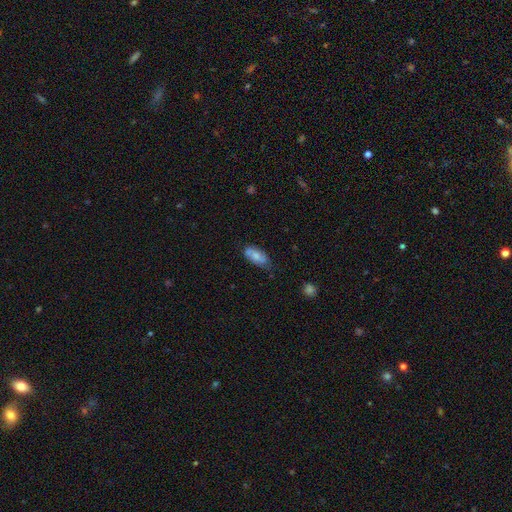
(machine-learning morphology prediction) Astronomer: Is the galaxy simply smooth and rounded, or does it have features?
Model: smooth — 67%.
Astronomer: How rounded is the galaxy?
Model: in between — 87%.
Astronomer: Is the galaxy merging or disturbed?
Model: none — 64%.